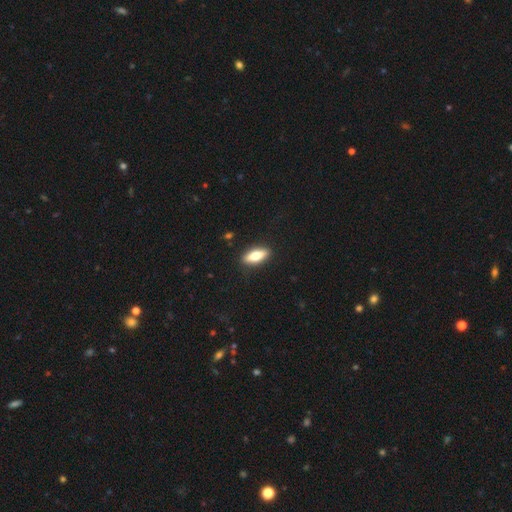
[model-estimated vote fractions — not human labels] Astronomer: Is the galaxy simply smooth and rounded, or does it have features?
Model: smooth — 67%.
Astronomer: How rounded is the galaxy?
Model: in between — 66%.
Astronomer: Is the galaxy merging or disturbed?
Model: none — 89%.